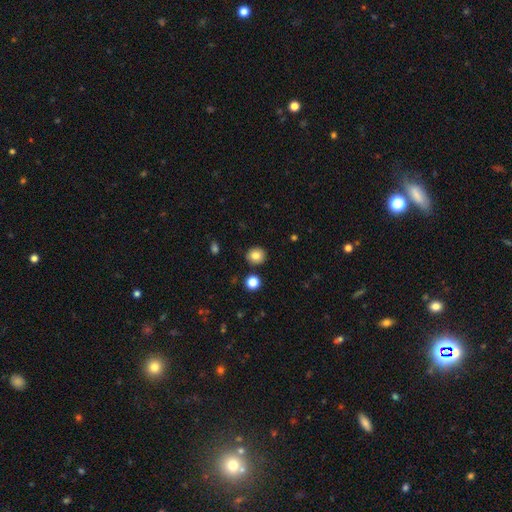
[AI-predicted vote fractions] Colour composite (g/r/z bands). It shows a smooth galaxy with no disk features (82%) that is round (86%). Merging: none (89%).